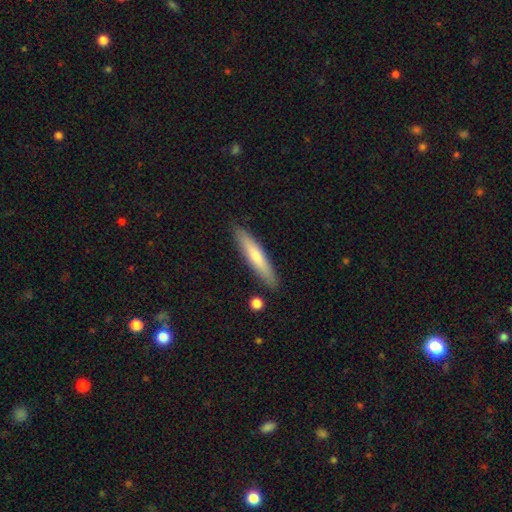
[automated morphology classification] type=smooth (63%); roundness=cigar-shaped (90%); merging=none (88%).